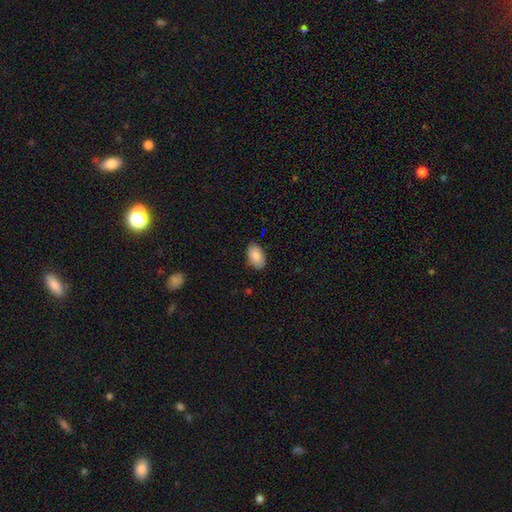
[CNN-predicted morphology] A smooth galaxy with no disk features (87%) that is in between round and cigar-shaped (93%). Merging: none (85%).